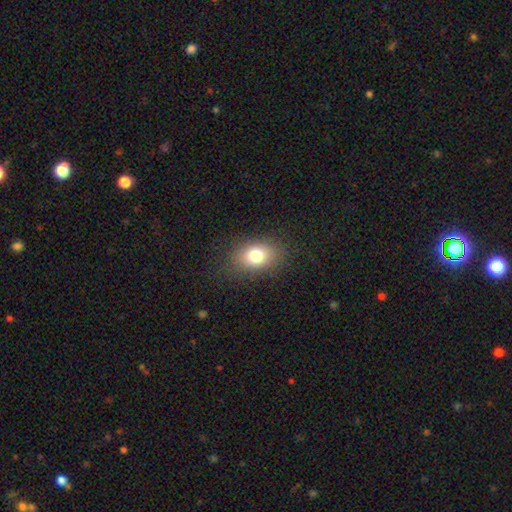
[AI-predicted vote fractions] The model was most divided on "how rounded": in between: 68%, round: 31%, cigar-shaped: 1%. More confident: merging — none (83%); smooth or featured — smooth (77%).